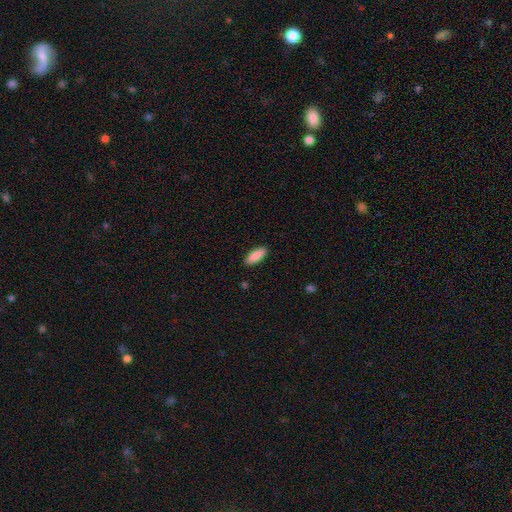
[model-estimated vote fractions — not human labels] Smooth or featured? smooth (89%)
How rounded? in between (71%)
Merging? none (90%)